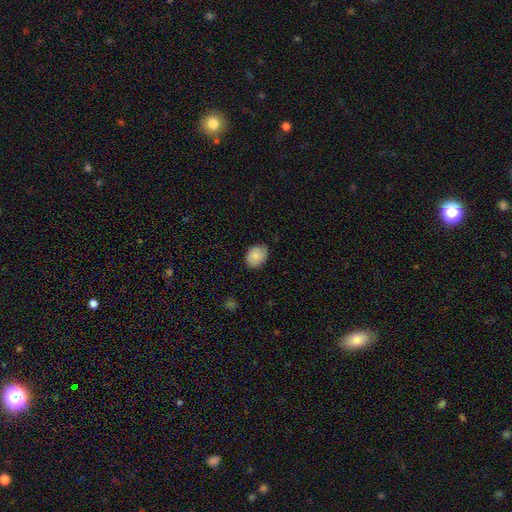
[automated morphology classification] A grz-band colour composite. It shows a smooth galaxy with no disk features (85%) that is in between round and cigar-shaped (54%). Merging: none (77%).